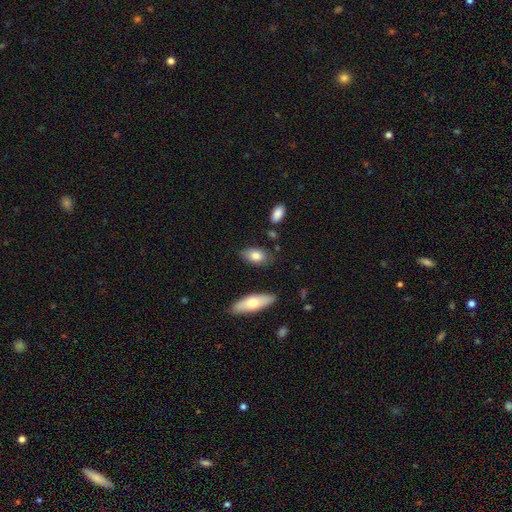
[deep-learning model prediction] Smooth or featured: smooth — 80% (featured or disk — 13%)
How rounded: in between — 90% (round — 6%)
Merging: none — 75% (minor disturbance — 17%)